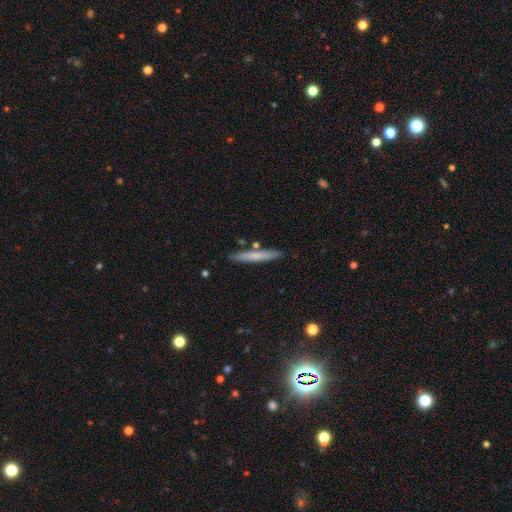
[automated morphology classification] smooth 66%, featured or disk 28%, star or artifact 6%. Down the decision tree: how rounded — cigar-shaped (95%); merging — none (86%).